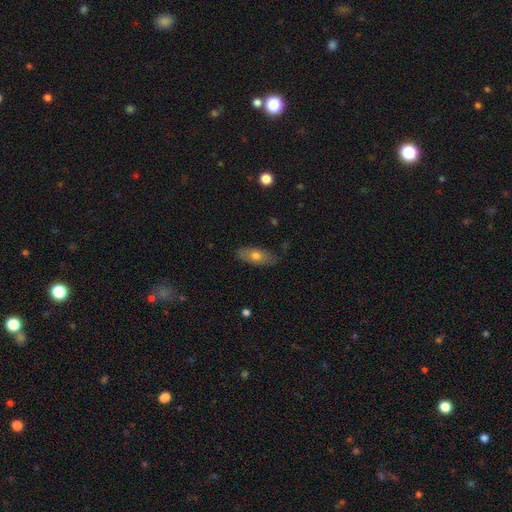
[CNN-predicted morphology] Smooth or featured: smooth — 65% (featured or disk — 28%)
How rounded: in between — 79% (cigar-shaped — 17%)
Merging: none — 78% (minor disturbance — 18%)